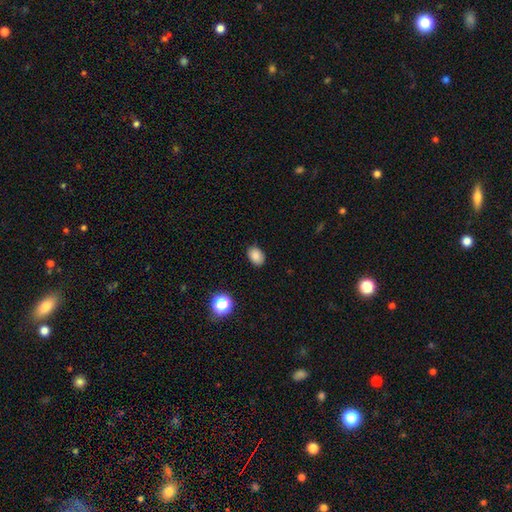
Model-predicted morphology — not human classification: This is clearly a smooth galaxy (85%). How rounded: likely in between (74%). Merging: clearly none (86%).